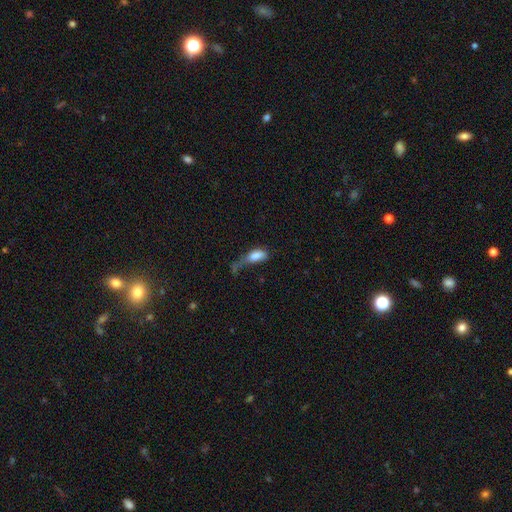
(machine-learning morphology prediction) Smooth or featured? Predicted: smooth (p=0.77). How rounded? Predicted: in between (p=0.79). Merging? Predicted: major disturbance (p=0.46).